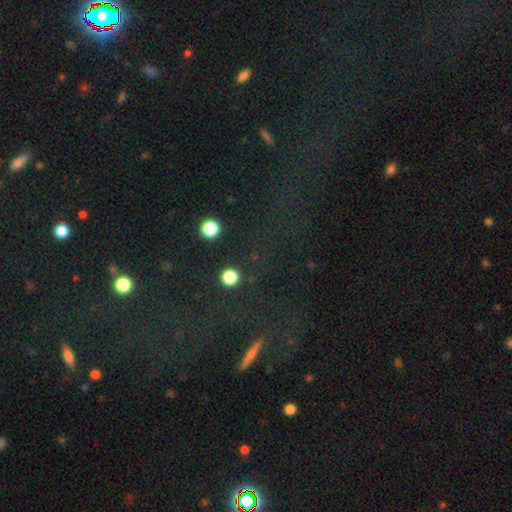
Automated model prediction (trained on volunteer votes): smooth_or_featured: star or artifact (p=0.64) [alt: smooth p=0.22]